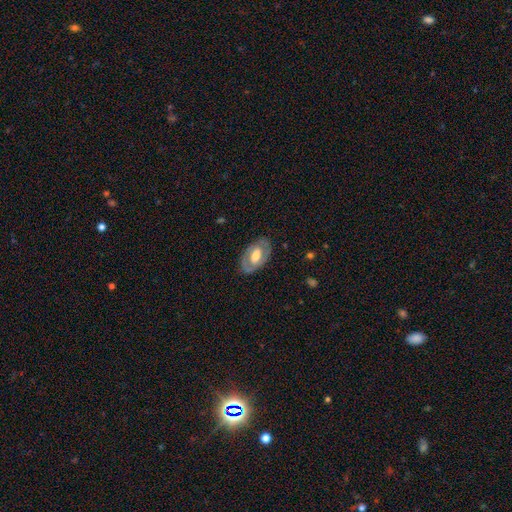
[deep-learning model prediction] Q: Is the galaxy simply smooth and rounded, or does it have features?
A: featured or disk — 57%.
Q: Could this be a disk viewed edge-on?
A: no — 91%.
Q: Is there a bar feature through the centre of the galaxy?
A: no — 46%.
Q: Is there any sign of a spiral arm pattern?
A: no — 58%.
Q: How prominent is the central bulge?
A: moderate — 59%.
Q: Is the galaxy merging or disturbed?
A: none — 81%.